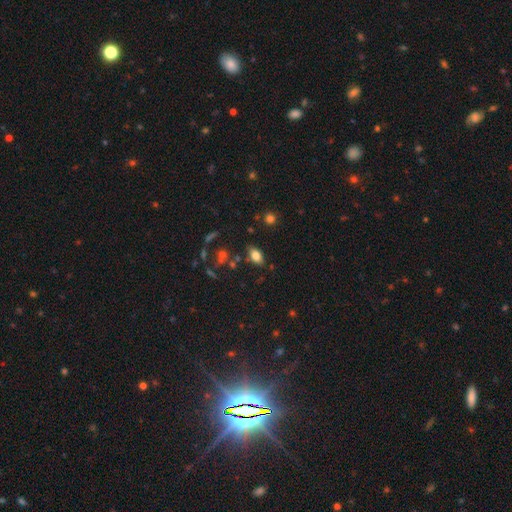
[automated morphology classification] This is likely a smooth galaxy (79%). How rounded: clearly in between (88%). Merging: clearly none (80%).